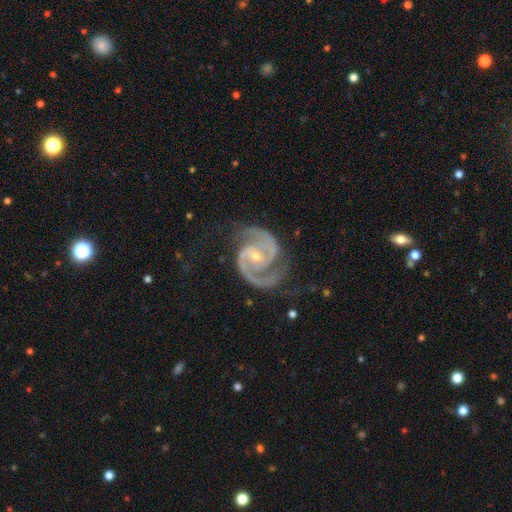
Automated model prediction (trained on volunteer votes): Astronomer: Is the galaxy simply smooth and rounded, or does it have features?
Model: featured or disk — 94%.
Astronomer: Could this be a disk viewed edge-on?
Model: no — 98%.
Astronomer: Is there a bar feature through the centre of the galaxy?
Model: weak — 41% (runner-up: no, 39%).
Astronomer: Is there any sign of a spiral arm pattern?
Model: yes — 99%.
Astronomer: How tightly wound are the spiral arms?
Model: medium — 56% (runner-up: tight, 36%).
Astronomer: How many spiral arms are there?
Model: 2 — 92%.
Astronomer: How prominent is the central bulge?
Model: small — 67%.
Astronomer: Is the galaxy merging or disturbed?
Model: none — 72%.